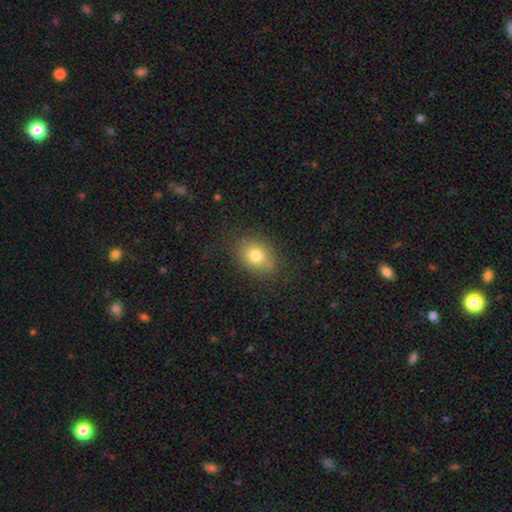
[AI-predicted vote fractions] Smooth or featured? Predicted: smooth (p=0.77). How rounded? Predicted: in between (p=0.63). Merging? Predicted: none (p=0.78).